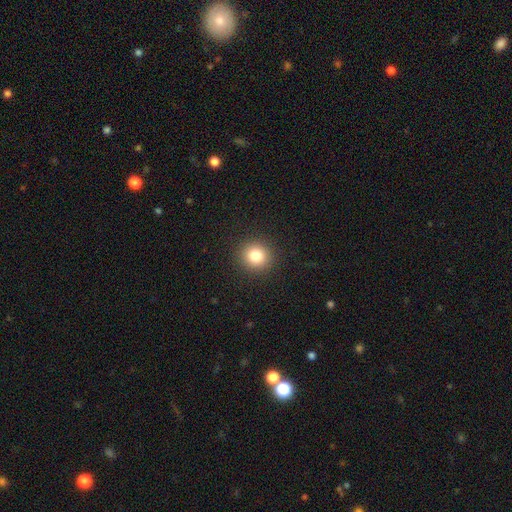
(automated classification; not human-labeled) smooth-or-featured: smooth: 82% | star or artifact: 12% | featured or disk: 7%
  how-rounded: round: 90% | in between: 9% | cigar-shaped: 1%
  merging: none: 92% | minor disturbance: 5% | major disturbance: 2% | merger: 1%